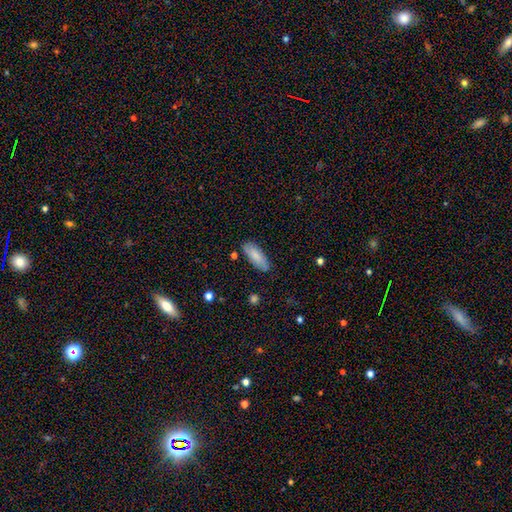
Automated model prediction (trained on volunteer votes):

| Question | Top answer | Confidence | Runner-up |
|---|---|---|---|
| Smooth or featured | smooth | 81% | featured or disk (13%) |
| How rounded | in between | 76% | cigar-shaped (22%) |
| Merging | none | 80% | minor disturbance (15%) |